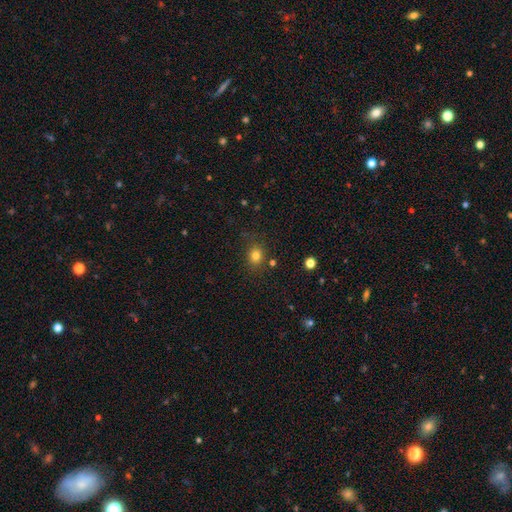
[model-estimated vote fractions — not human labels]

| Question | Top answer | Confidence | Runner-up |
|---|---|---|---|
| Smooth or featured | smooth | 80% | star or artifact (14%) |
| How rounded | round | 67% | in between (32%) |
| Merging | none | 81% | minor disturbance (12%) |